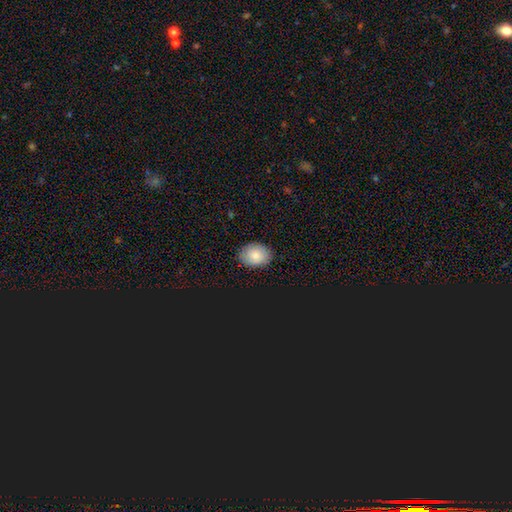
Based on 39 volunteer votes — A smooth galaxy with no disk features (90%) that is in between round and cigar-shaped (77%).

Vote fractions:
- Smooth or featured? smooth: 90% / featured or disk: 5% / star or artifact: 5%
- How rounded? in between: 77% / round: 23% / cigar-shaped: 0%
- Merging? none: 89% / minor disturbance: 8% / major disturbance: 3% / merger: 0%